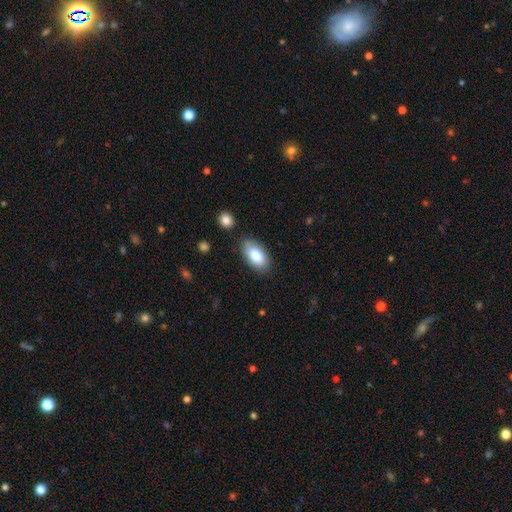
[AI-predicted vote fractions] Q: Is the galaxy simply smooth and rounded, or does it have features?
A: smooth — 82%.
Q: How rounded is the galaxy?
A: in between — 94%.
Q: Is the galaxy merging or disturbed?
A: none — 82%.